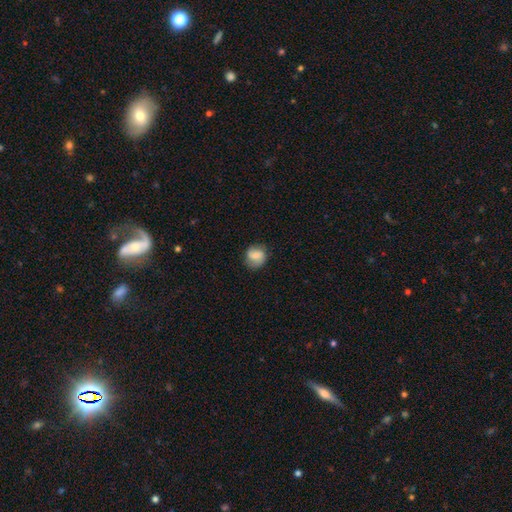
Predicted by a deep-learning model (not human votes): This appears to be a smooth galaxy with no disk features (66%) that is round (81%). Merging: none (75%).